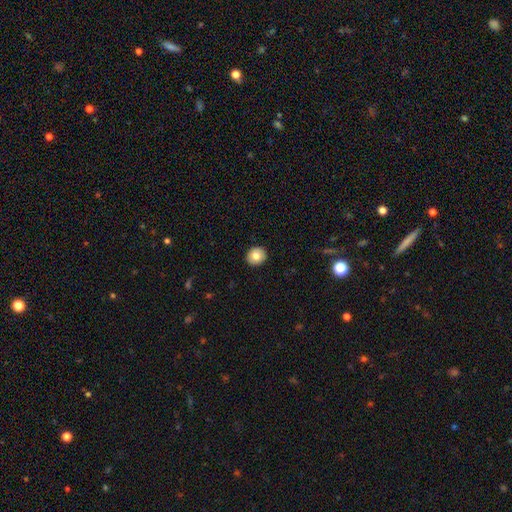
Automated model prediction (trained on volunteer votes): smooth_or_featured: smooth (p=0.79) [alt: featured or disk p=0.12]
how_rounded: round (p=0.87) [alt: in between p=0.12]
merging: none (p=0.92) [alt: minor disturbance p=0.06]